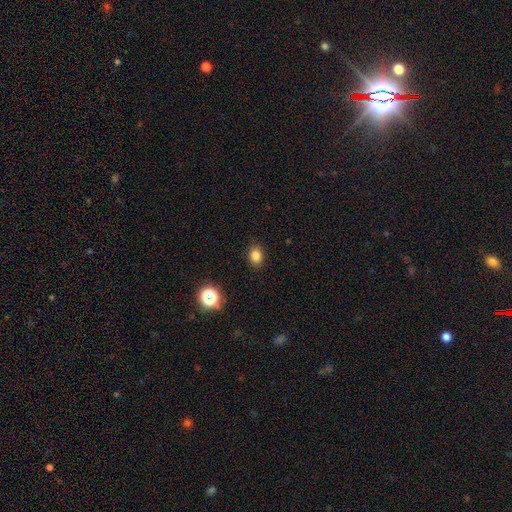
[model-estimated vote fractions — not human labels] Smooth or featured?
  - smooth: 82% *
  - star or artifact: 13%
  - featured or disk: 5%
How rounded?
  - in between: 59% *
  - round: 40%
  - cigar-shaped: 1%
Merging?
  - none: 85% *
  - minor disturbance: 11%
  - major disturbance: 3%
  - merger: 1%